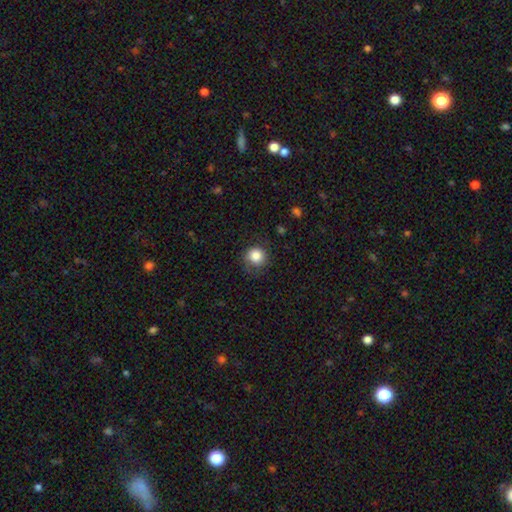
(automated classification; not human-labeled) smooth-or-featured: smooth: 85% | star or artifact: 9% | featured or disk: 6%
  how-rounded: round: 89% | in between: 10% | cigar-shaped: 1%
  merging: none: 72% | minor disturbance: 19% | major disturbance: 7% | merger: 1%